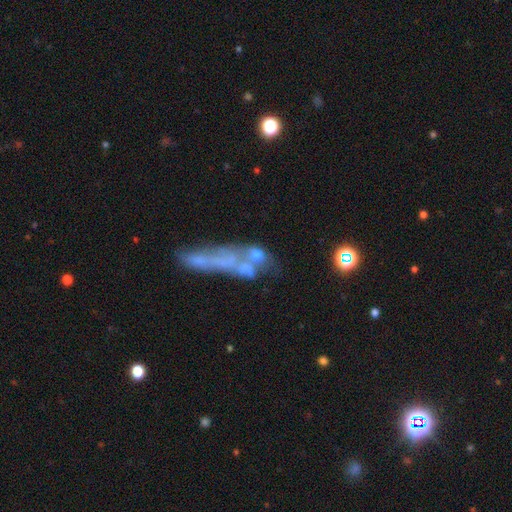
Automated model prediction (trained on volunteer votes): Smooth or featured?
  - featured or disk: 44% *
  - smooth: 38%
  - star or artifact: 18%
Merging?
  - merger: 40% *
  - none: 27%
  - major disturbance: 19%
  - minor disturbance: 13%